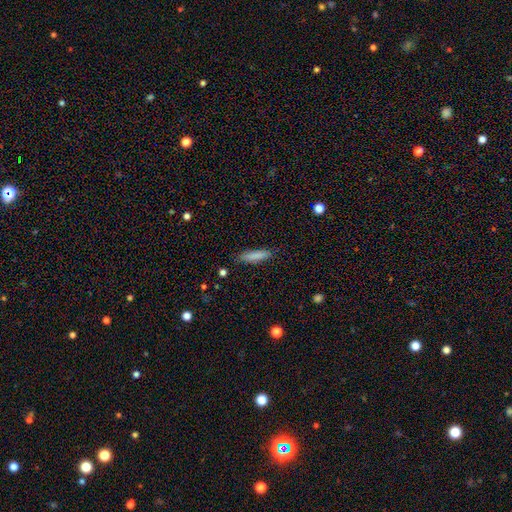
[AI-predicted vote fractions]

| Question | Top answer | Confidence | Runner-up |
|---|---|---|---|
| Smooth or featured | smooth | 84% | featured or disk (9%) |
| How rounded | cigar-shaped | 80% | in between (19%) |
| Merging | none | 87% | minor disturbance (10%) |